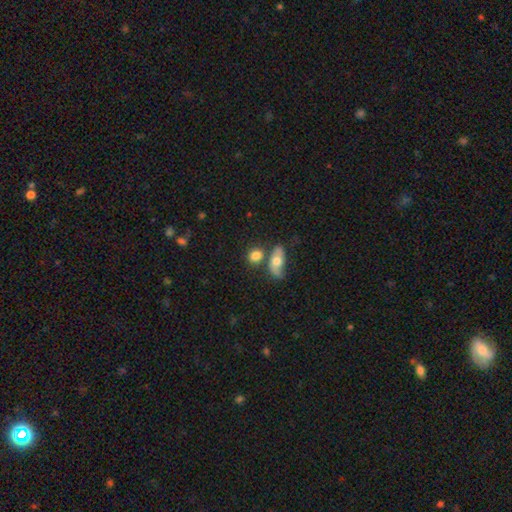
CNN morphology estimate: smooth-or-featured: smooth: 80% | featured or disk: 11% | star or artifact: 9%
  how-rounded: round: 54% | in between: 42% | cigar-shaped: 3%
  merging: none: 57% | merger: 26% | minor disturbance: 12% | major disturbance: 5%